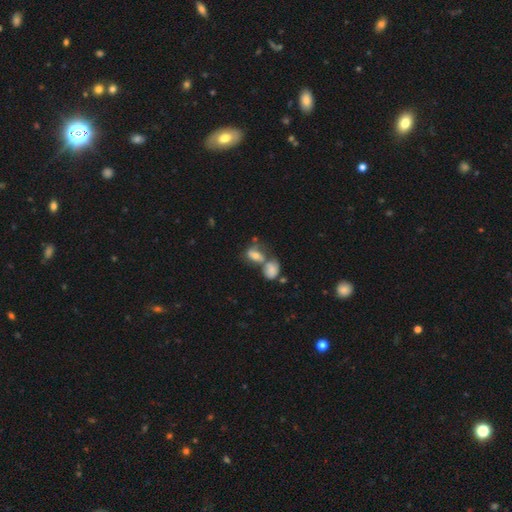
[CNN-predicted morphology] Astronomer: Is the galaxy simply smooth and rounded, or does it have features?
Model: smooth — 59%.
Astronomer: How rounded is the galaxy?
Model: in between — 76%.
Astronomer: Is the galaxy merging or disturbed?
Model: merger — 55%.